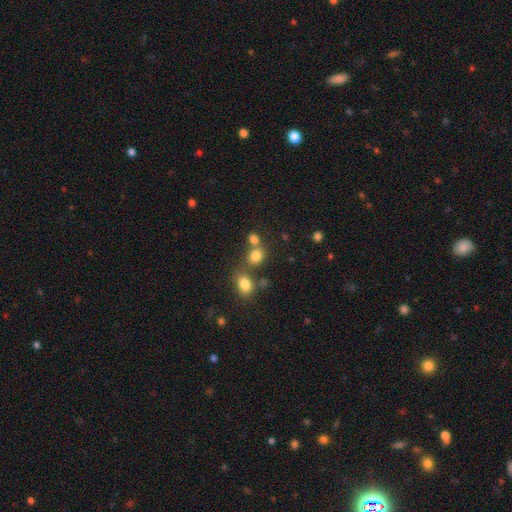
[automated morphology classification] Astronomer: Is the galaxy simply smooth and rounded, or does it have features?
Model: smooth — 79%.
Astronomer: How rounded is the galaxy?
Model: round — 65%.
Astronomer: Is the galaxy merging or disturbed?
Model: none — 55% (runner-up: merger, 32%).